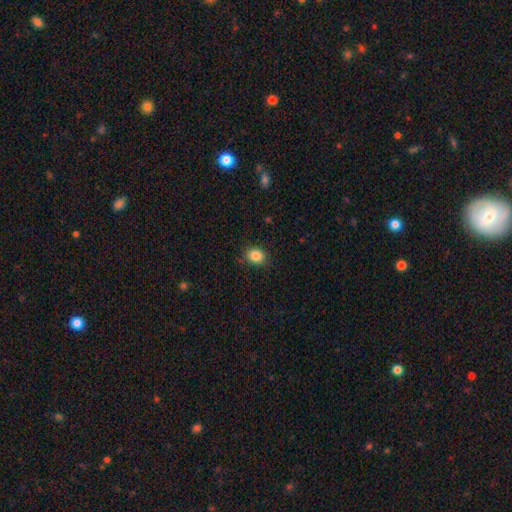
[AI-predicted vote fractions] Smooth or featured: smooth — 86% (star or artifact — 10%)
How rounded: round — 55% (in between — 44%)
Merging: none — 87% (minor disturbance — 10%)